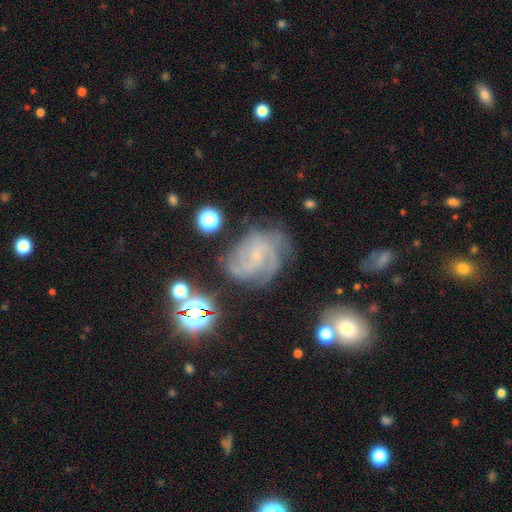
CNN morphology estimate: Smooth or featured? Predicted: featured or disk (p=0.81). Edge-on disk? Predicted: no (p=0.98). Bar? Predicted: no (p=0.59). Spiral arms? Predicted: yes (p=0.96). Spiral winding? Predicted: tight (p=0.51). Spiral arm count? Predicted: 3 (p=0.30). Bulge size? Predicted: small (p=0.77). Merging? Predicted: none (p=0.66).